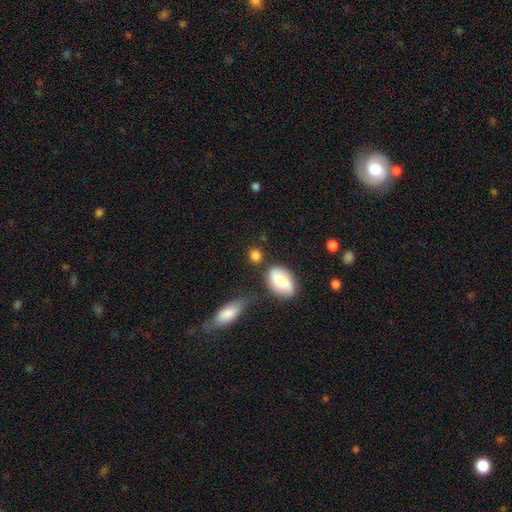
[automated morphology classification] This appears to be a smooth galaxy with no disk features (81%) that is in between round and cigar-shaped (48%). Merging: none (64%).